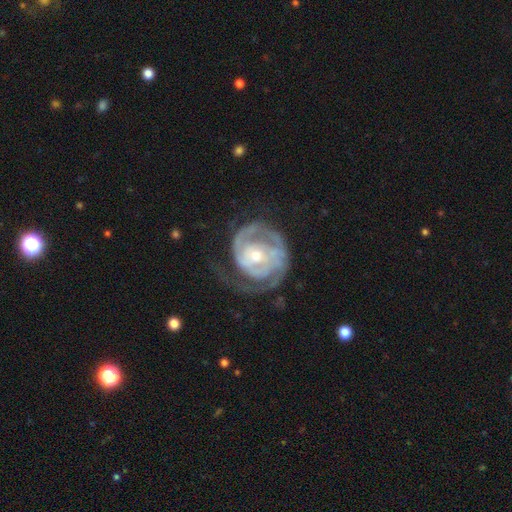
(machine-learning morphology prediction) This is clearly a featured or disk galaxy (88%). It is clearly not viewed edge-on (98%). Bar: likely no (66%). Spiral arm pattern: clearly yes (94%). Spiral arm count: marginally 2 (43%). Spiral winding: likely tight (65%). Central bulge: possibly small (57%). Merging: possibly none (55%).